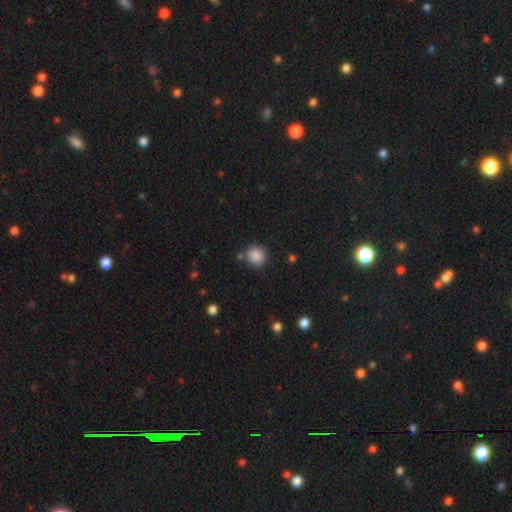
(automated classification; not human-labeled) Q: Smooth or featured?
A: smooth (87%); runner-up: star or artifact (9%)
Q: How rounded?
A: round (89%); runner-up: in between (10%)
Q: Merging?
A: none (81%); runner-up: minor disturbance (11%)